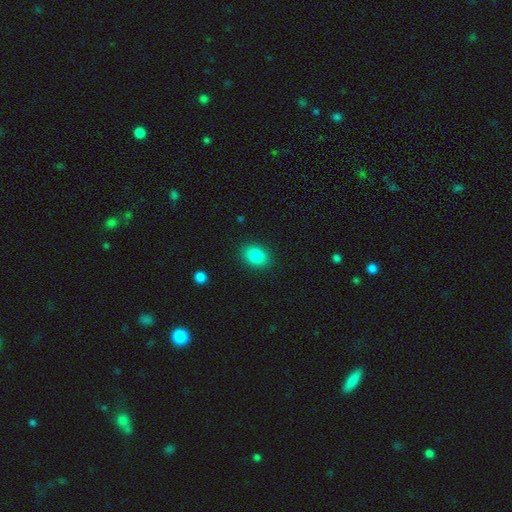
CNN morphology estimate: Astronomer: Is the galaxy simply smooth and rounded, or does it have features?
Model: smooth — 85%.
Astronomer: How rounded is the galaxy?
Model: in between — 76%.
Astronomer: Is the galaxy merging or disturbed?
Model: none — 88%.